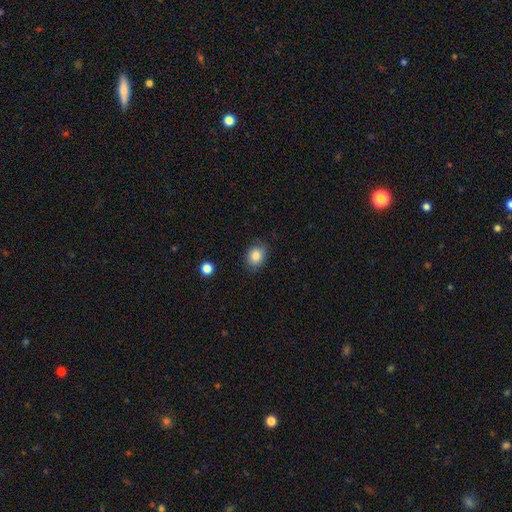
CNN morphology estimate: smooth_or_featured: smooth (p=0.84) [alt: star or artifact p=0.09]
how_rounded: in between (p=0.53) [alt: round p=0.46]
merging: none (p=0.79) [alt: minor disturbance p=0.16]